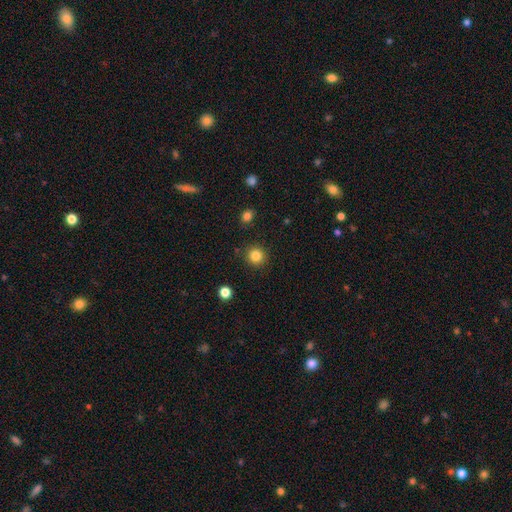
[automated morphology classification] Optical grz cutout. It shows a smooth galaxy with no disk features (84%) that is round (93%). Merging: none (89%).